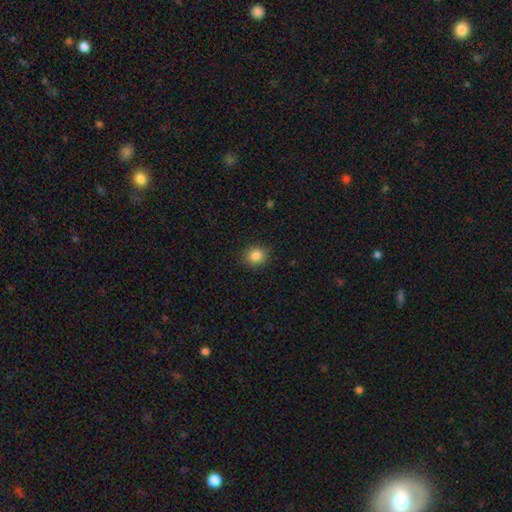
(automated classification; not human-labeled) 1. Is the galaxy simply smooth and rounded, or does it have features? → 86% smooth, 10% star or artifact, 4% featured or disk.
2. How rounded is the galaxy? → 74% round, 25% in between, 1% cigar-shaped.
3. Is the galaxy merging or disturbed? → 88% none, 9% minor disturbance, 2% major disturbance, 1% merger.